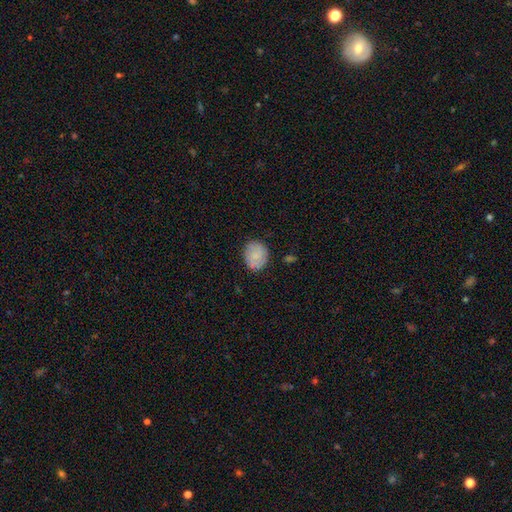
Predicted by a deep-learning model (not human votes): Smooth or featured: smooth — 81% (featured or disk — 12%)
How rounded: round — 62% (in between — 37%)
Merging: none — 81% (minor disturbance — 14%)